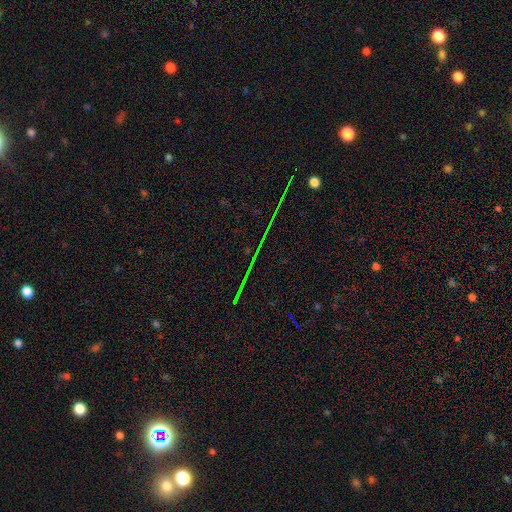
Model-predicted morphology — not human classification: A star or artifact, not a galaxy (79%).

Vote fractions:
- Smooth or featured? star or artifact: 79% / featured or disk: 12% / smooth: 9%